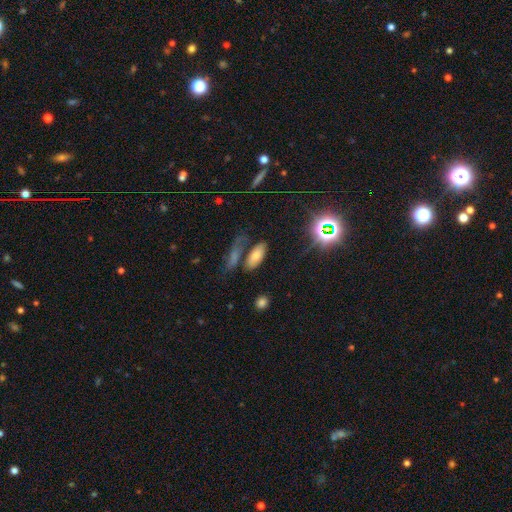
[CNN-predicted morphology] Q: Smooth or featured?
A: smooth (70%); runner-up: star or artifact (17%)
Q: How rounded?
A: in between (81%); runner-up: cigar-shaped (15%)
Q: Merging?
A: none (57%); runner-up: merger (19%)